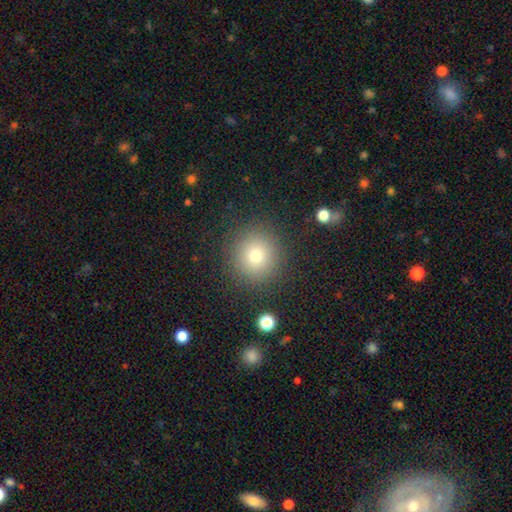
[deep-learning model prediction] Overall: smooth (76%). How rounded: round (91%). Merging: none (88%).